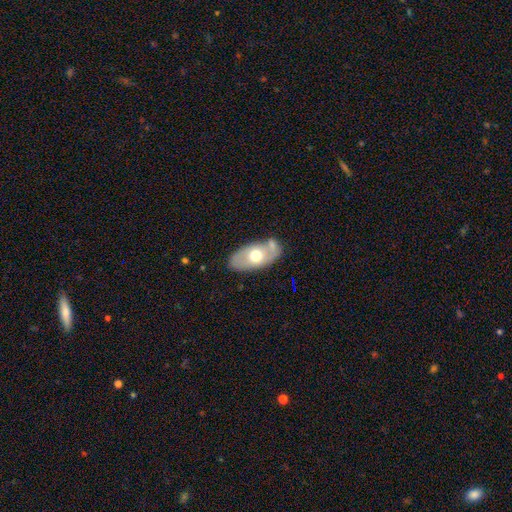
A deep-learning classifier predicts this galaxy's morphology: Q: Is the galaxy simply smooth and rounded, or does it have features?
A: smooth — 54%.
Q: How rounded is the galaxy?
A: in between — 91%.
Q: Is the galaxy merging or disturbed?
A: none — 64%.